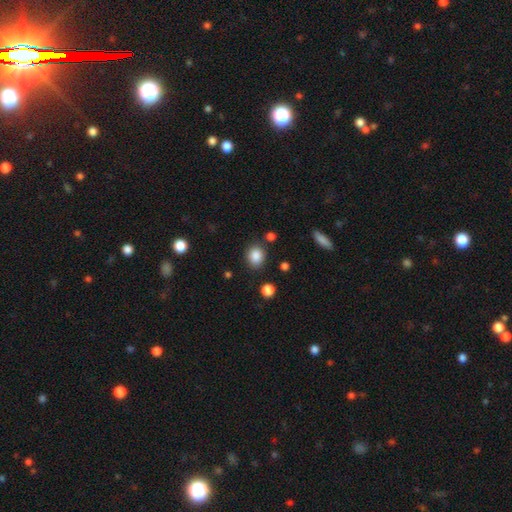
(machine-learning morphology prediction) smooth_or_featured: smooth (p=0.86) [alt: star or artifact p=0.10]
how_rounded: round (p=0.59) [alt: in between p=0.40]
merging: none (p=0.82) [alt: minor disturbance p=0.11]